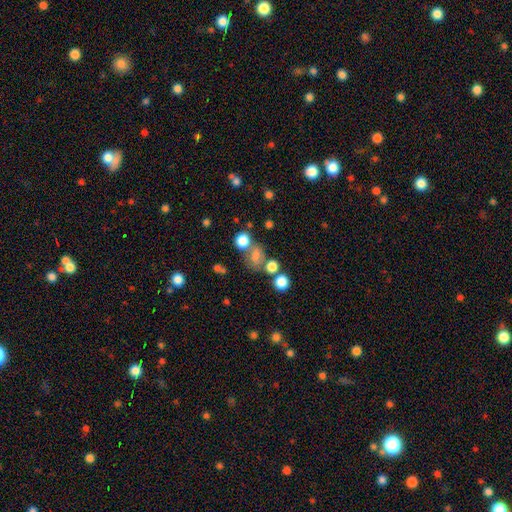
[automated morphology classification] smooth_or_featured: smooth (p=0.67) [alt: star or artifact p=0.19]
how_rounded: round (p=0.57) [alt: in between p=0.41]
merging: none (p=0.46) [alt: merger p=0.28]